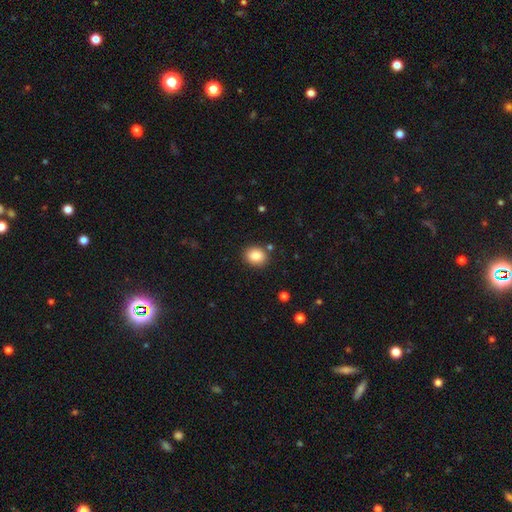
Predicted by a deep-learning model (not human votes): A smooth galaxy with no disk features (86%) that is round (62%).

Vote fractions:
- Smooth or featured? smooth: 86% / star or artifact: 9% / featured or disk: 5%
- How rounded? round: 62% / in between: 38% / cigar-shaped: 1%
- Merging? none: 87% / minor disturbance: 8% / merger: 3% / major disturbance: 2%